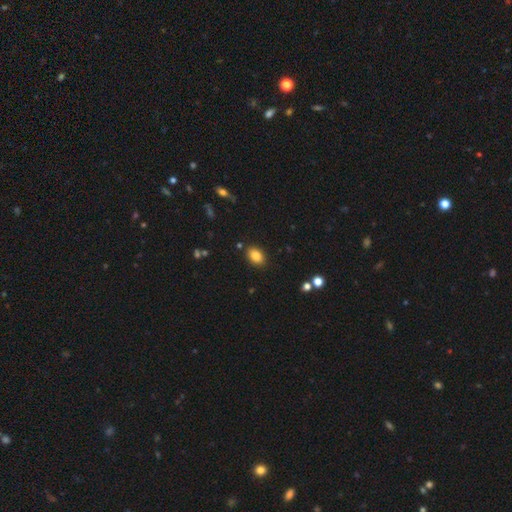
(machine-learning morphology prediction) smooth_or_featured: smooth (p=0.85) [alt: star or artifact p=0.09]
how_rounded: in between (p=0.83) [alt: round p=0.16]
merging: none (p=0.87) [alt: minor disturbance p=0.09]